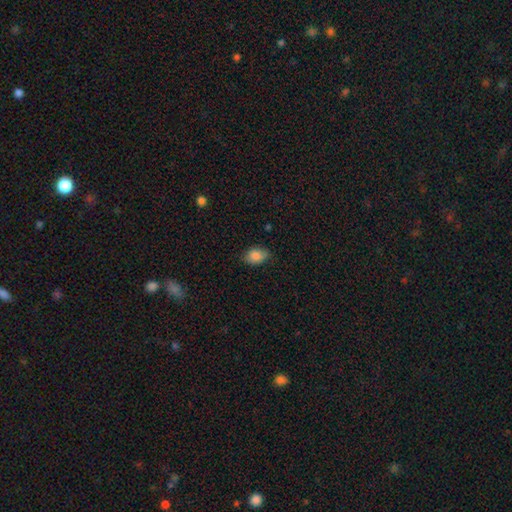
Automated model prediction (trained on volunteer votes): Smooth or featured? smooth (85%)
How rounded? in between (83%)
Merging? none (77%)